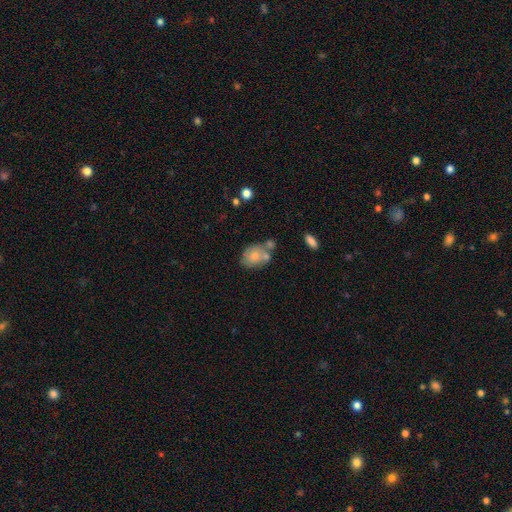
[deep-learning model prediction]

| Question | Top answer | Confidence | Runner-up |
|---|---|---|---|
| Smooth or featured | smooth | 70% | featured or disk (22%) |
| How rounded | in between | 74% | round (25%) |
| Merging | none | 41% | merger (31%) |